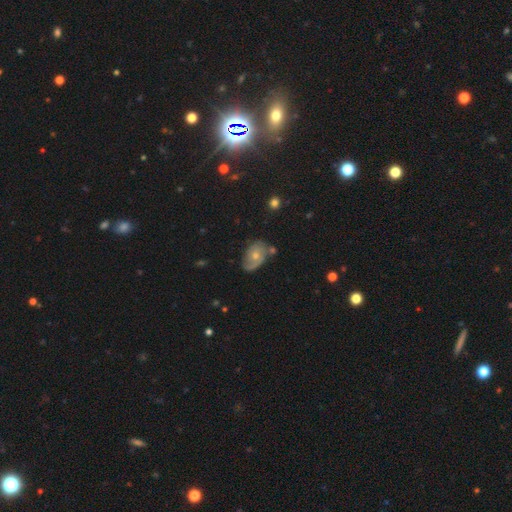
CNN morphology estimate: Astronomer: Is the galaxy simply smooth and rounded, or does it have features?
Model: featured or disk — 62%.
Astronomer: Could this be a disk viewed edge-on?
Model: no — 95%.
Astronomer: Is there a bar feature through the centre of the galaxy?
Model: no — 78%.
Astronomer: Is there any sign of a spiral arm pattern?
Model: yes — 81%.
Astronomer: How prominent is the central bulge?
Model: moderate — 52% (runner-up: small, 43%).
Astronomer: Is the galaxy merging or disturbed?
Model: none — 58%.